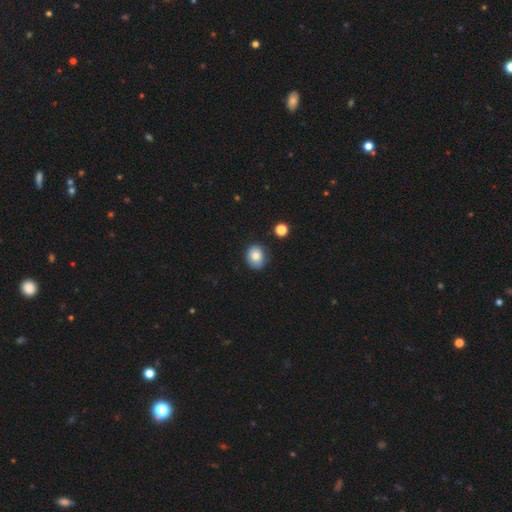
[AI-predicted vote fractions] Overall: smooth (79%). How rounded: round (61%; in between 38%). Merging: none (82%).